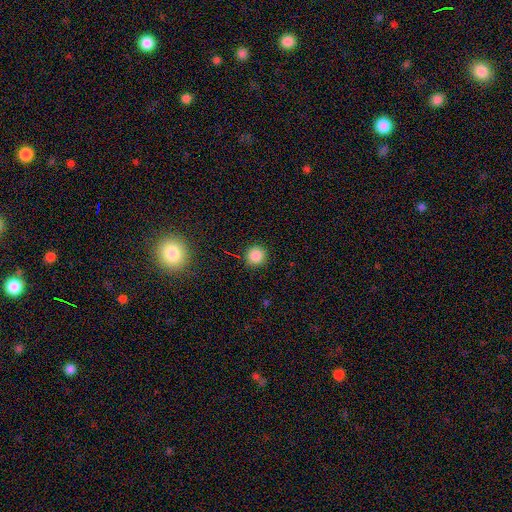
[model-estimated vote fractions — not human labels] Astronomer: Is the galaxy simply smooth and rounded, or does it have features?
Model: smooth — 84%.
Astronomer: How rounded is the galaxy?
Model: round — 94%.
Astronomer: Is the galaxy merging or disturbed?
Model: none — 90%.